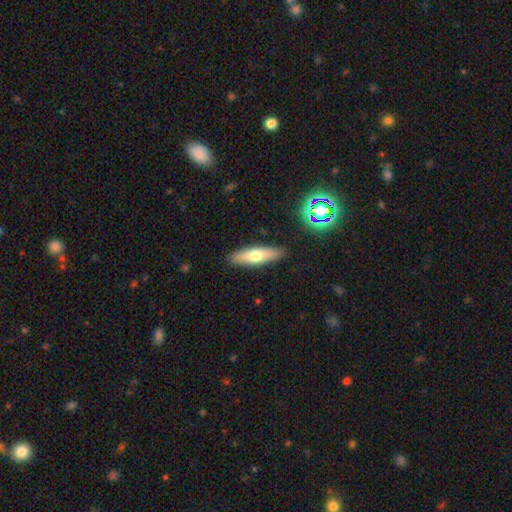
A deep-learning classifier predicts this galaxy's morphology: Q: Smooth or featured?
A: smooth (58%); runner-up: featured or disk (35%)
Q: How rounded?
A: cigar-shaped (64%); runner-up: in between (34%)
Q: Merging?
A: none (89%); runner-up: minor disturbance (8%)